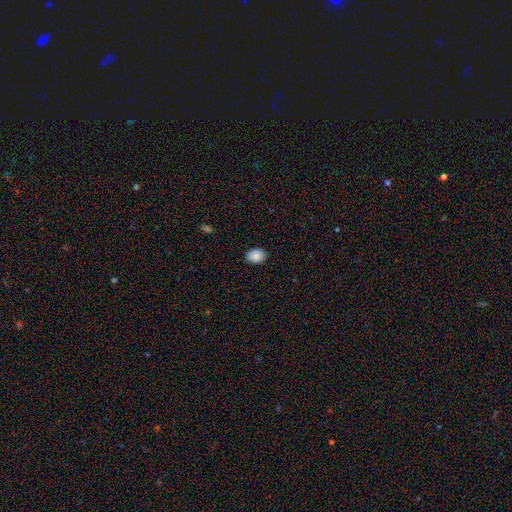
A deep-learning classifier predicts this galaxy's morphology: Overall: smooth (88%). How rounded: in between (70%). Merging: none (87%).